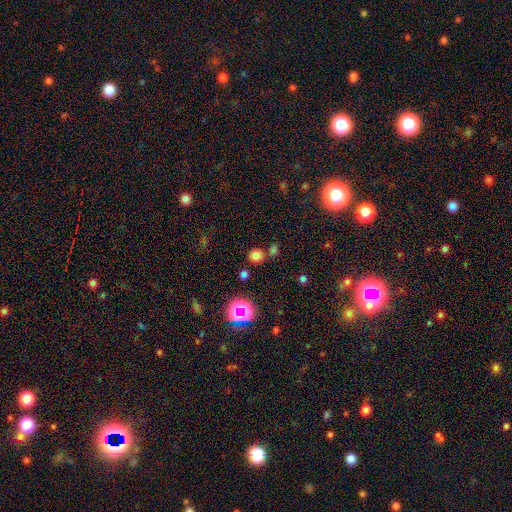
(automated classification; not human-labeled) Smooth or featured: smooth — 73% (star or artifact — 21%)
How rounded: round — 89% (in between — 10%)
Merging: none — 75% (merger — 14%)